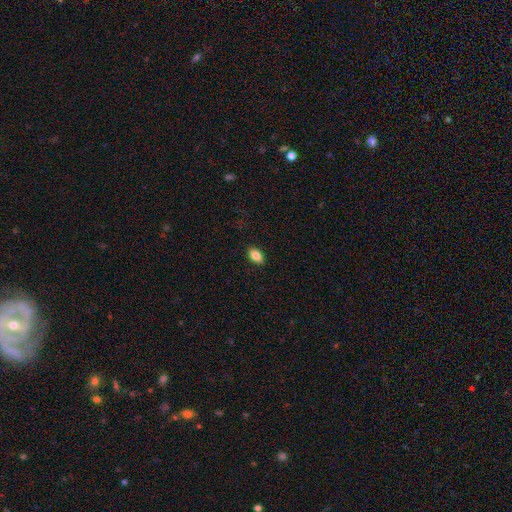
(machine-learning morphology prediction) A smooth galaxy with no disk features (86%) that is in between round and cigar-shaped (89%). Merging: none (89%).